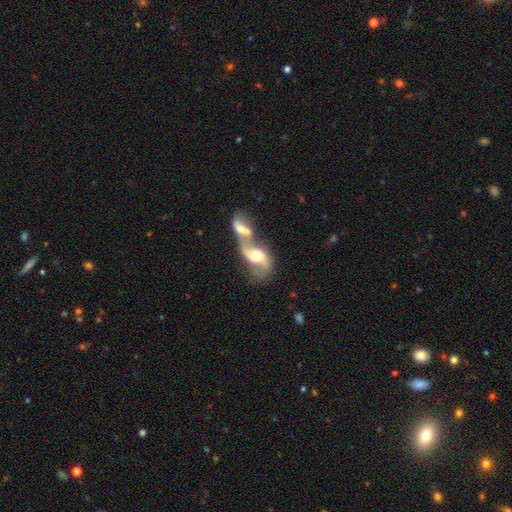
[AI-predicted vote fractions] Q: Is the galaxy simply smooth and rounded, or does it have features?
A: featured or disk — 75%.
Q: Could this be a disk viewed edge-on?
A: no — 95%.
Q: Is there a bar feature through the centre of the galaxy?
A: weak — 41%.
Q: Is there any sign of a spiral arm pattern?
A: yes — 89%.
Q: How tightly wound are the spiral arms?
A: loose — 69%.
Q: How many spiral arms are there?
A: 2 — 84%.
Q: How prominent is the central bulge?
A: moderate — 57%.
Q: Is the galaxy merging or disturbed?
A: merger — 76%.